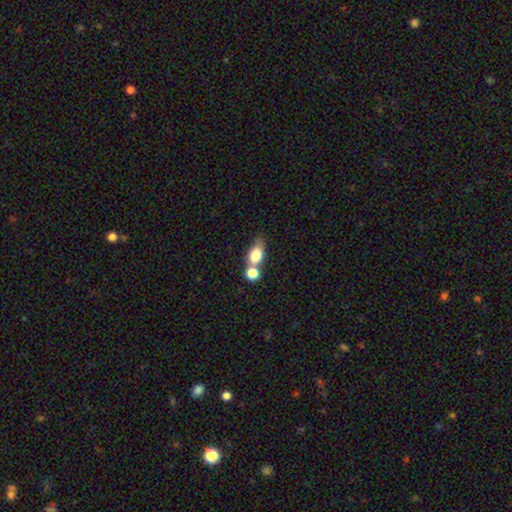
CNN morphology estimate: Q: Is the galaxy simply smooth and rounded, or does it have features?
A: smooth — 77%.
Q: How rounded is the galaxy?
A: in between — 70%.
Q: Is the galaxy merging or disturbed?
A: merger — 50%.